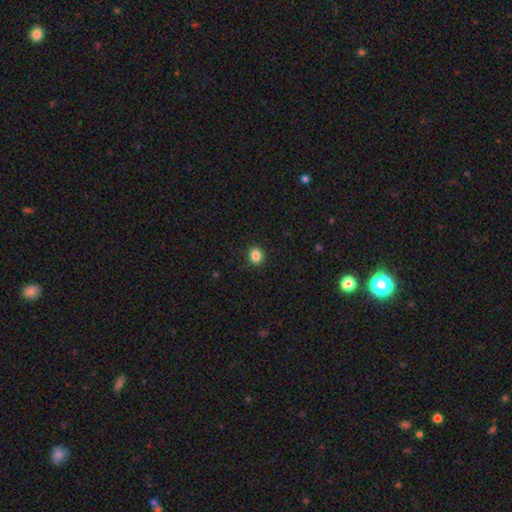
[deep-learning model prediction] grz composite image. It shows a smooth galaxy with no disk features (86%) that is round (63%). Merging: none (91%).